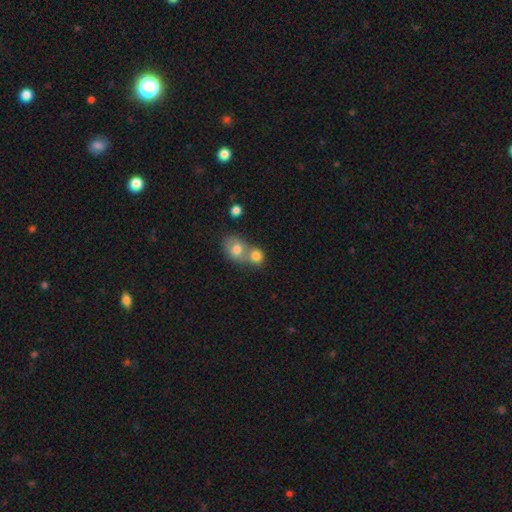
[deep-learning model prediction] Smooth or featured? Predicted: smooth (p=0.78). How rounded? Predicted: round (p=0.67). Merging? Predicted: merger (p=0.63).